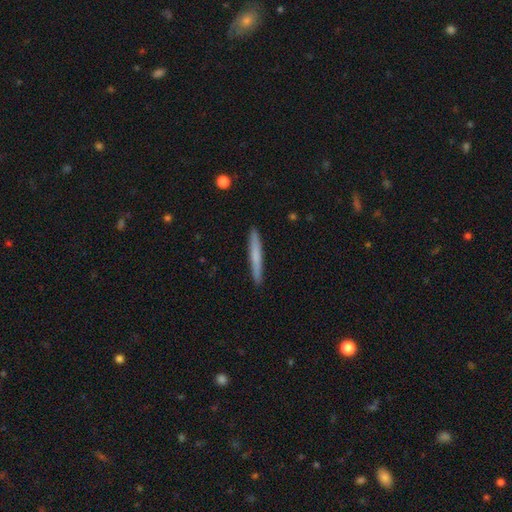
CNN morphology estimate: smooth_or_featured: smooth (p=0.64) [alt: featured or disk p=0.30]
how_rounded: cigar-shaped (p=0.97) [alt: in between p=0.02]
merging: none (p=0.92) [alt: minor disturbance p=0.06]